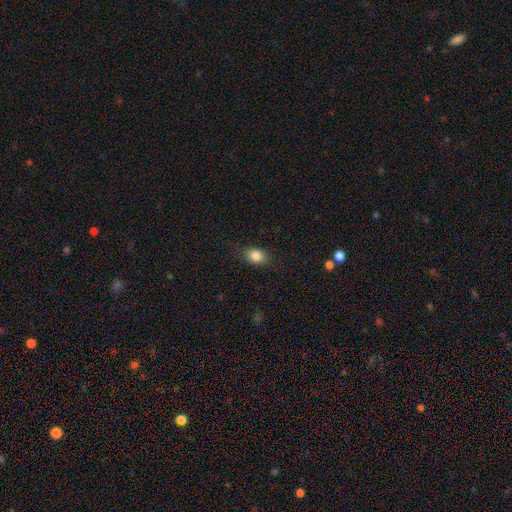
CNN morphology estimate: smooth_or_featured: smooth (p=0.85) [alt: star or artifact p=0.09]
how_rounded: in between (p=0.66) [alt: round p=0.32]
merging: none (p=0.82) [alt: minor disturbance p=0.13]